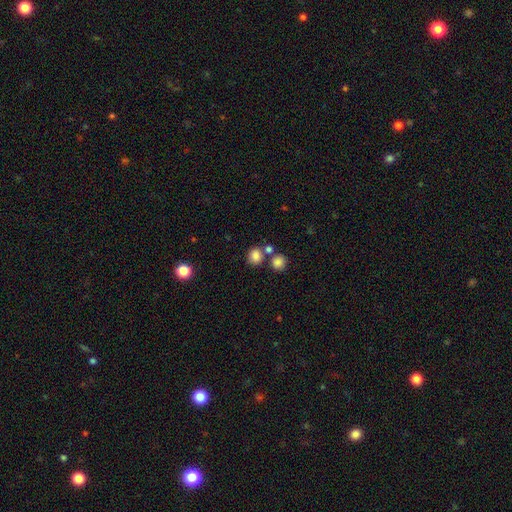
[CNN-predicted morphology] This is clearly a smooth galaxy (82%). How rounded: likely round (76%). Merging: likely none (63%).